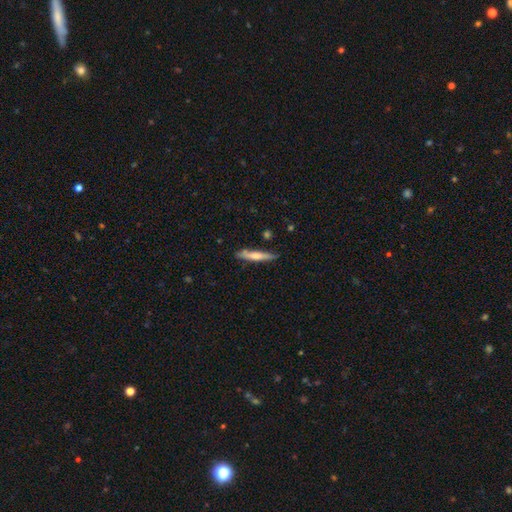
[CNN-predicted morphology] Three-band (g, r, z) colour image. It shows a smooth galaxy with no disk features (54%) that is cigar-shaped (92%). Merging: none (82%).